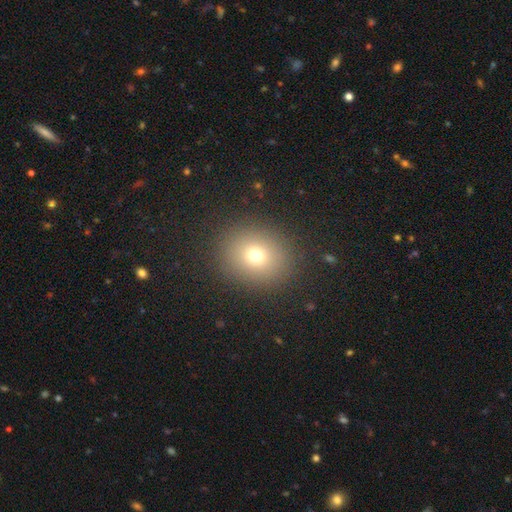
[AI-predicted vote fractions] Smooth or featured? smooth (71%)
How rounded? round (71%)
Merging? none (88%)